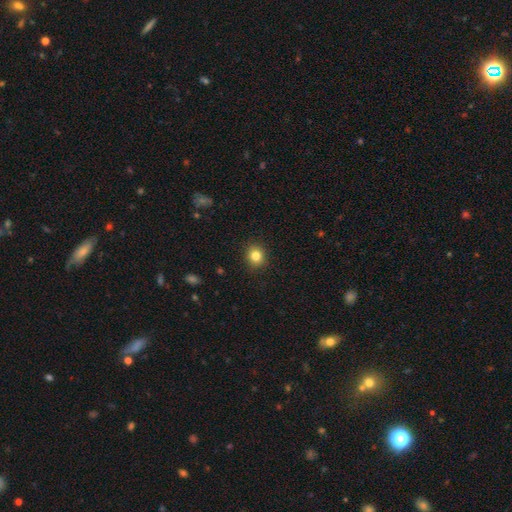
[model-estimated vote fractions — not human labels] smooth_or_featured: smooth (p=0.83) [alt: star or artifact p=0.11]
how_rounded: round (p=0.81) [alt: in between p=0.18]
merging: none (p=0.91) [alt: minor disturbance p=0.06]